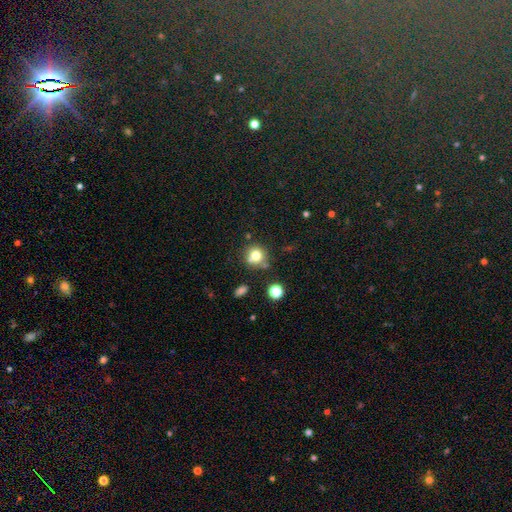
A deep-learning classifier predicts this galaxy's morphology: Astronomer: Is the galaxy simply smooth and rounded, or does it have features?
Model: smooth — 75%.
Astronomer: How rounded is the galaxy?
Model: round — 88%.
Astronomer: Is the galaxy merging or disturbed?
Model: none — 68%.